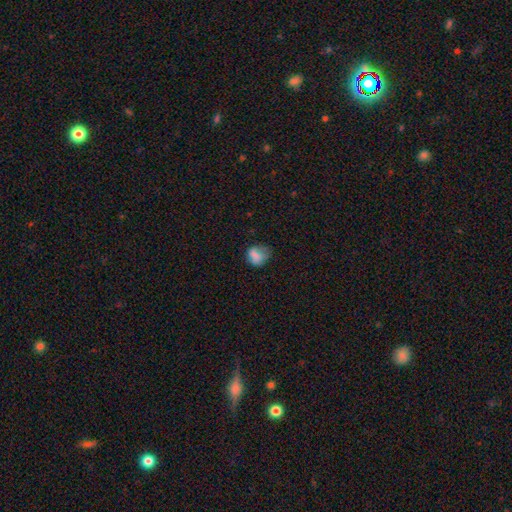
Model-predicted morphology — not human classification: Smooth or featured?
  - smooth: 73% *
  - featured or disk: 16%
  - star or artifact: 11%
How rounded?
  - round: 51% *
  - in between: 48%
  - cigar-shaped: 1%
Merging?
  - none: 39% *
  - minor disturbance: 33%
  - major disturbance: 23%
  - merger: 4%